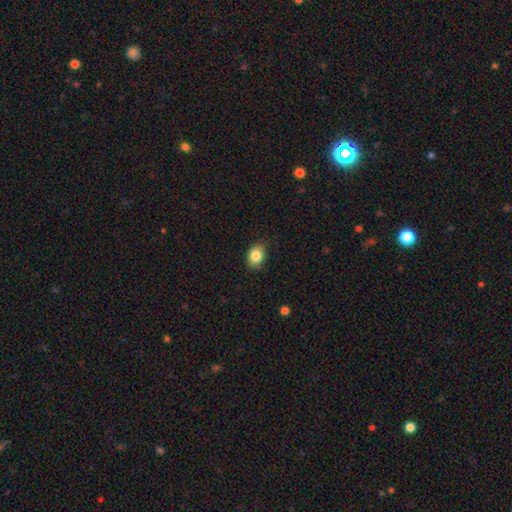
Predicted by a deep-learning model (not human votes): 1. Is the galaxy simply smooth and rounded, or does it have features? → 84% smooth, 9% star or artifact, 7% featured or disk.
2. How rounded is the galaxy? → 68% in between, 31% round, 1% cigar-shaped.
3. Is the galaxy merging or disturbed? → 79% none, 17% minor disturbance, 3% major disturbance, 1% merger.